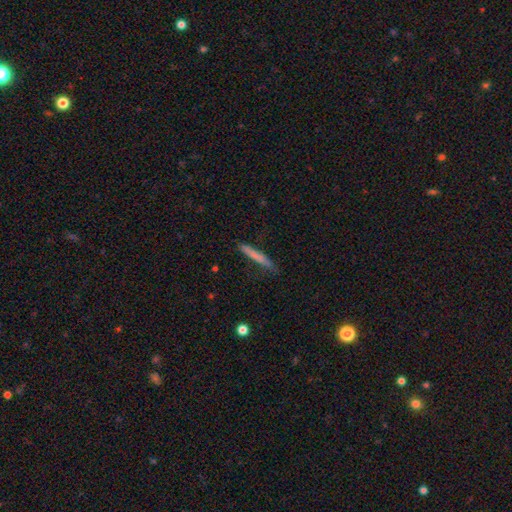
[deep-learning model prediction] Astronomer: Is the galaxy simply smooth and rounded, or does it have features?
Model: smooth — 70%.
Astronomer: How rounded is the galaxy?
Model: cigar-shaped — 96%.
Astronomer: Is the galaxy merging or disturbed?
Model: none — 81%.